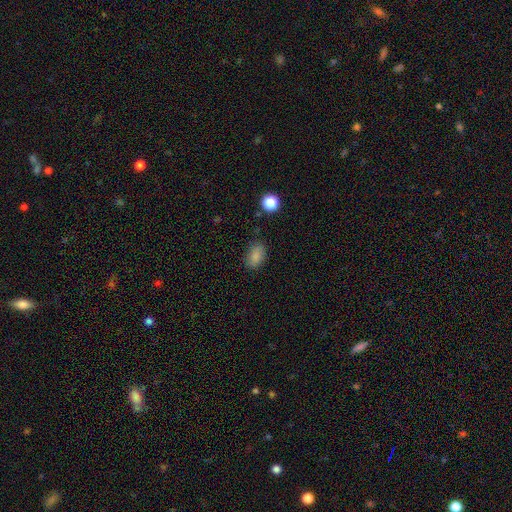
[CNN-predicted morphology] The model was most divided on "merging": none: 80%, minor disturbance: 15%, major disturbance: 4%, merger: 2%. More confident: how rounded — in between (87%); smooth or featured — smooth (84%).